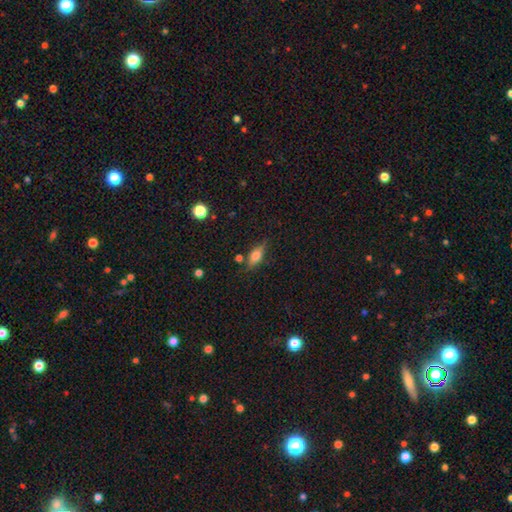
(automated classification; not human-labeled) smooth 55%, featured or disk 35%, star or artifact 9%. Down the decision tree: how rounded — in between (66%); merging — none (75%).